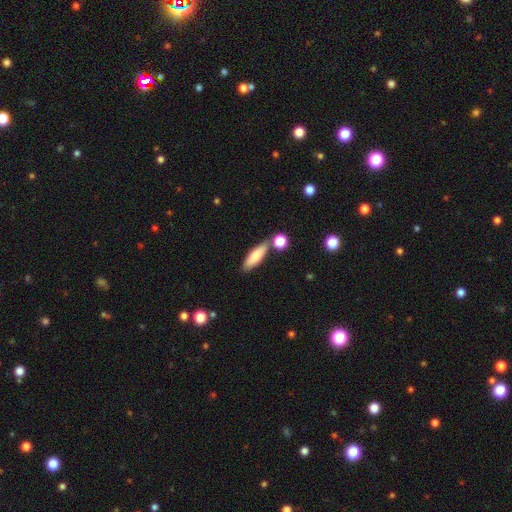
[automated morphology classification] smooth-or-featured: smooth: 76% | featured or disk: 17% | star or artifact: 7%
  how-rounded: in between: 50% | cigar-shaped: 47% | round: 3%
  merging: none: 72% | minor disturbance: 13% | merger: 12% | major disturbance: 3%